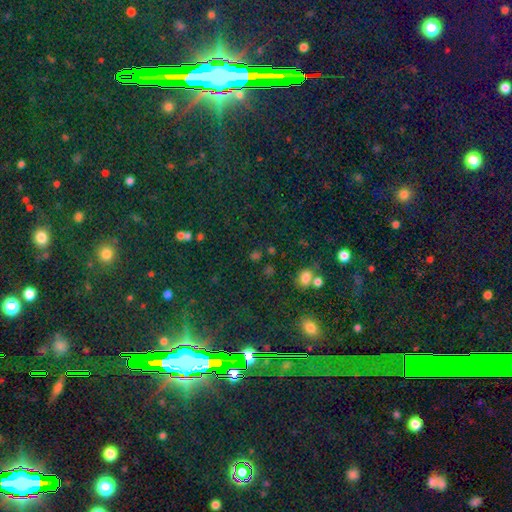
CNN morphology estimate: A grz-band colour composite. It shows a star or artifact, not a galaxy (57%).